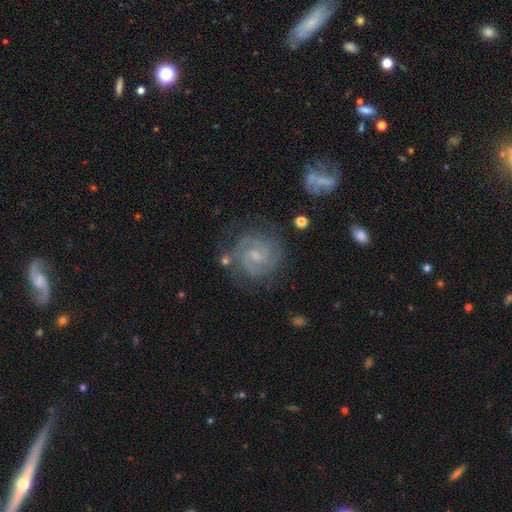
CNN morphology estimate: Smooth or featured? Predicted: featured or disk (p=0.88). Edge-on disk? Predicted: no (p=0.98). Bar? Predicted: weak (p=0.53). Spiral arms? Predicted: yes (p=0.98). Spiral winding? Predicted: tight (p=0.63). Spiral arm count? Predicted: 2 (p=0.74). Bulge size? Predicted: small (p=0.65). Merging? Predicted: none (p=0.75).